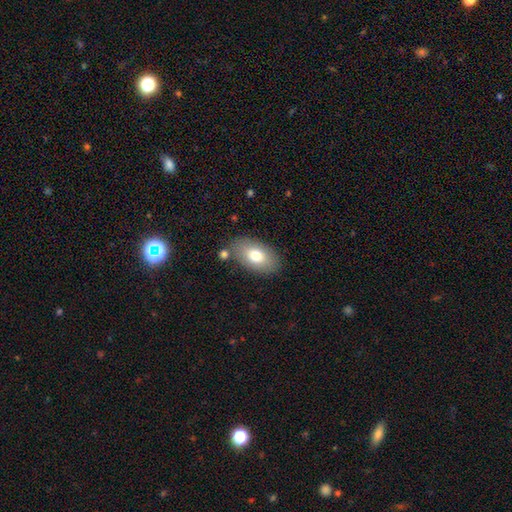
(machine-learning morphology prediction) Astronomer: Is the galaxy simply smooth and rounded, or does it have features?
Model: smooth — 76%.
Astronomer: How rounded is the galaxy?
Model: in between — 93%.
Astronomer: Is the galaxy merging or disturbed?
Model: none — 80%.